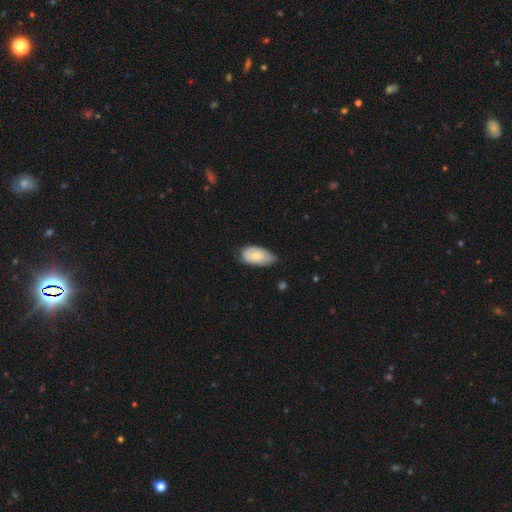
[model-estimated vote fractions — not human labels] smooth-or-featured: smooth: 73% | featured or disk: 21% | star or artifact: 6%
  how-rounded: in between: 94% | round: 3% | cigar-shaped: 3%
  merging: none: 60% | minor disturbance: 33% | major disturbance: 5% | merger: 1%